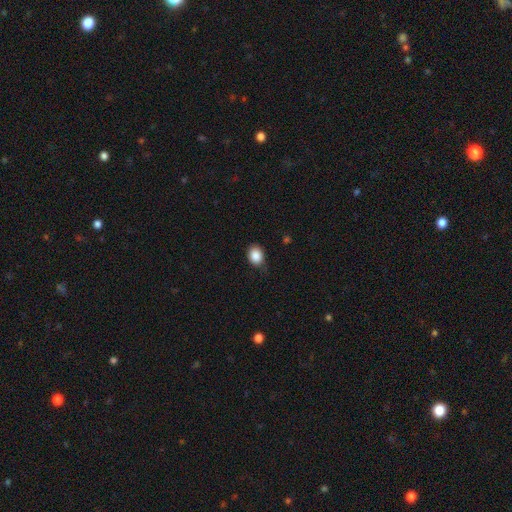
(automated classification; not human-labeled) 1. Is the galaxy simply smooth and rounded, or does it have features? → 88% smooth, 9% star or artifact, 4% featured or disk.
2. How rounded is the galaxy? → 55% in between, 44% round, 1% cigar-shaped.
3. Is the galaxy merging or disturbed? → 74% none, 21% minor disturbance, 4% major disturbance, 1% merger.